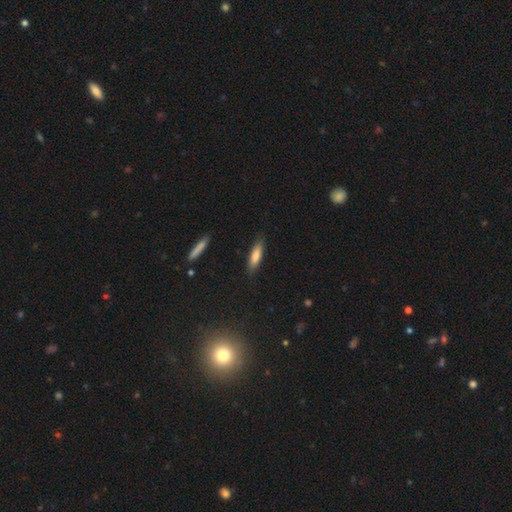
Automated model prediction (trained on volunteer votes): This appears to be a smooth galaxy with no disk features (80%) that is cigar-shaped (63%). Merging: none (85%).